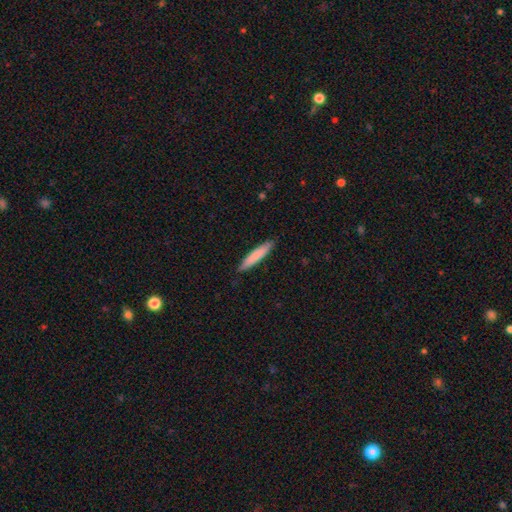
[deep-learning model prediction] This is likely a smooth galaxy (80%). How rounded: clearly cigar-shaped (90%). Merging: clearly none (88%).